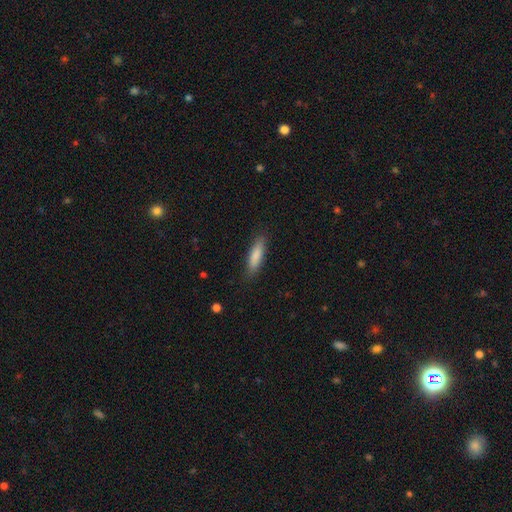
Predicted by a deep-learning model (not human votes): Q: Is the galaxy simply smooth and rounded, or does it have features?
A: smooth — 85%.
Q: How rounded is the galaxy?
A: cigar-shaped — 67%.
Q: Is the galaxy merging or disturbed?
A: none — 85%.